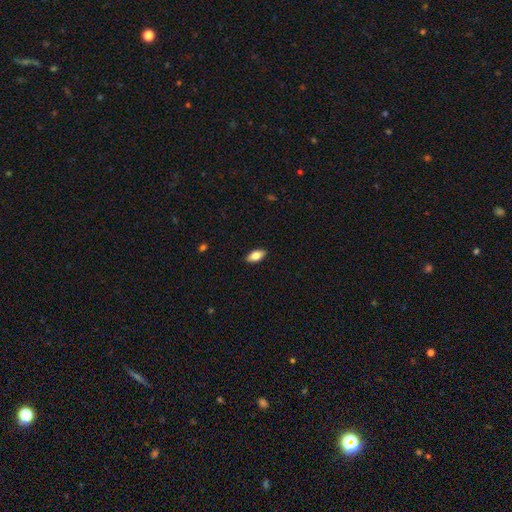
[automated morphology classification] The model was most divided on "smooth or featured": smooth: 80%, featured or disk: 14%, star or artifact: 7%. More confident: merging — none (90%); how rounded — in between (89%).